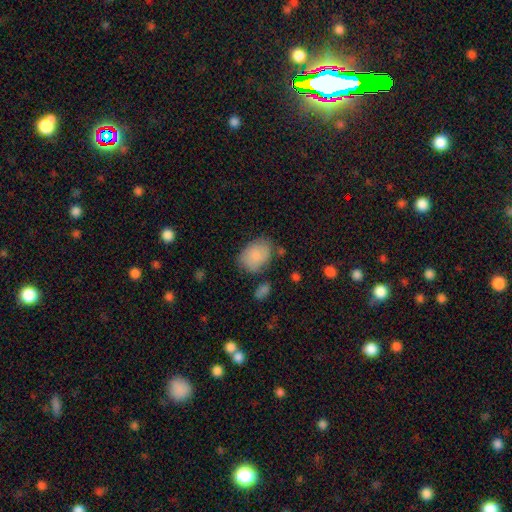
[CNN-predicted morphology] This appears to be a smooth galaxy with no disk features (83%) that is in between round and cigar-shaped (70%). Merging: none (68%).